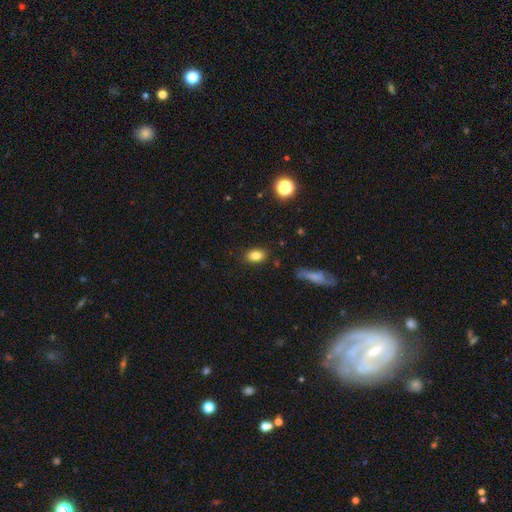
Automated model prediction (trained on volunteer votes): Q: Smooth or featured?
A: smooth (83%); runner-up: star or artifact (9%)
Q: How rounded?
A: in between (81%); runner-up: round (16%)
Q: Merging?
A: none (86%); runner-up: minor disturbance (10%)